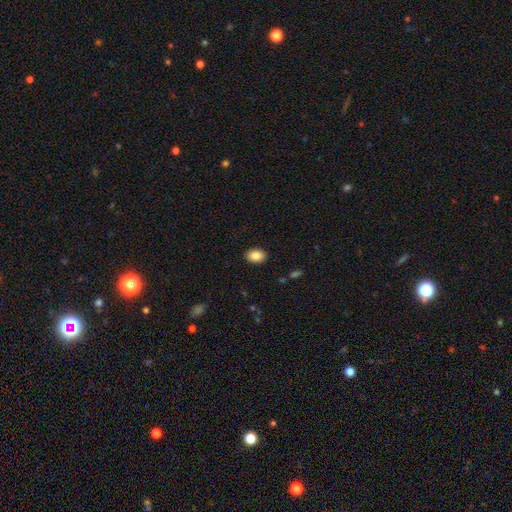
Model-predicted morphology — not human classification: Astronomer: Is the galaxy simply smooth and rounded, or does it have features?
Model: smooth — 86%.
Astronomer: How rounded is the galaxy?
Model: in between — 79%.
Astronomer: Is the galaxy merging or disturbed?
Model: none — 90%.